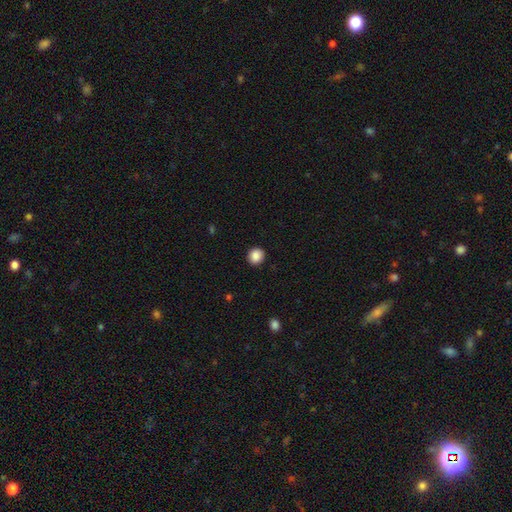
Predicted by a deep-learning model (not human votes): This appears to be a smooth galaxy with no disk features (88%) that is round (88%). Merging: none (92%).